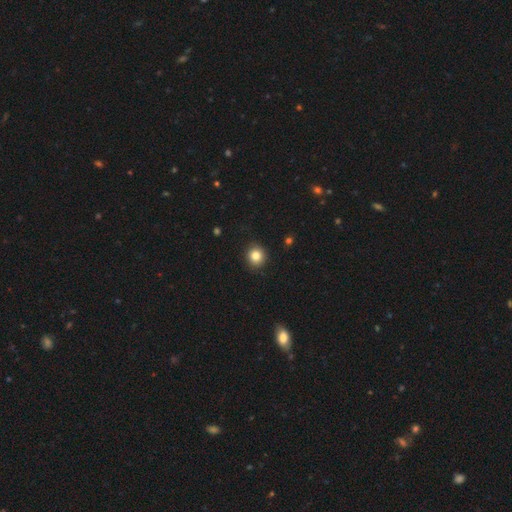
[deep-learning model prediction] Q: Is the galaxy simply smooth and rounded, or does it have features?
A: smooth — 84%.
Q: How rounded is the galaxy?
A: round — 87%.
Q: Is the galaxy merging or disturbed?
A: none — 90%.